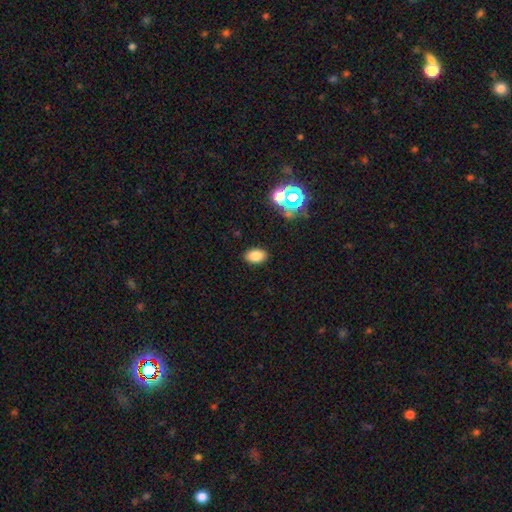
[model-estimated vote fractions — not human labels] This appears to be a smooth galaxy with no disk features (80%) that is in between round and cigar-shaped (86%). Merging: none (87%).